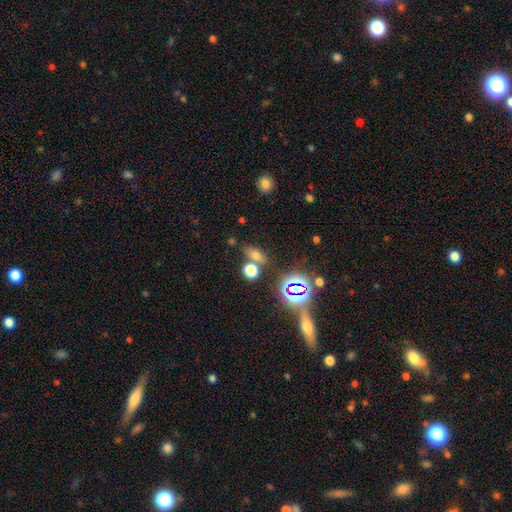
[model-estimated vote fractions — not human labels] A smooth galaxy with no disk features (62%) that is in between round and cigar-shaped (67%). Merging: none (66%).